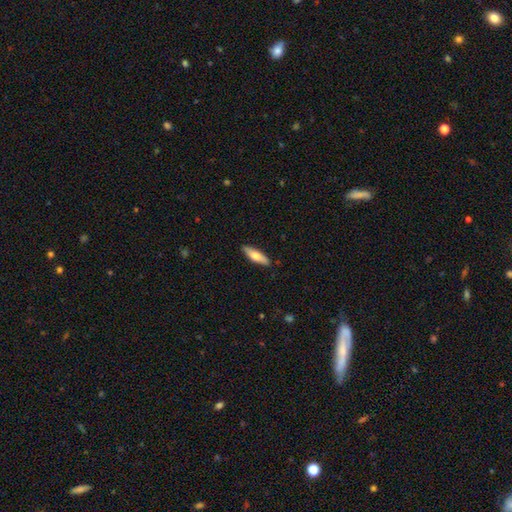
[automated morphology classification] Smooth or featured: smooth — 66% (featured or disk — 29%)
How rounded: cigar-shaped — 58% (in between — 40%)
Merging: none — 88% (minor disturbance — 9%)